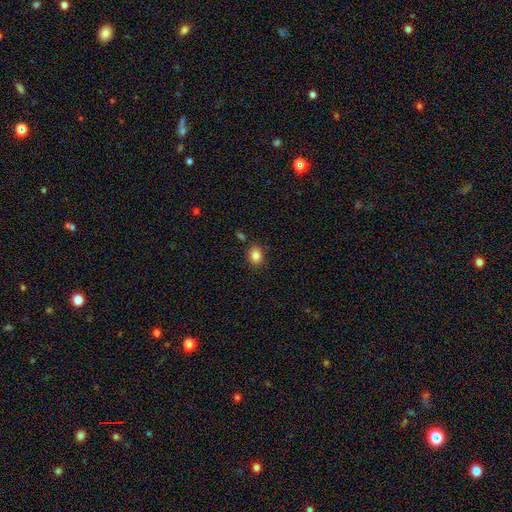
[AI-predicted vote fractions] Smooth or featured?
  - smooth: 84% *
  - star or artifact: 10%
  - featured or disk: 6%
How rounded?
  - in between: 50% *
  - round: 49%
  - cigar-shaped: 1%
Merging?
  - none: 82% *
  - minor disturbance: 11%
  - merger: 4%
  - major disturbance: 3%